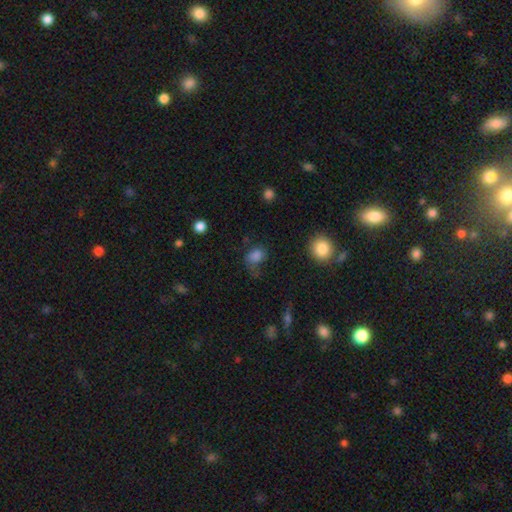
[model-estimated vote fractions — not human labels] Smooth or featured? Predicted: smooth (p=0.78). How rounded? Predicted: in between (p=0.62). Merging? Predicted: none (p=0.42).